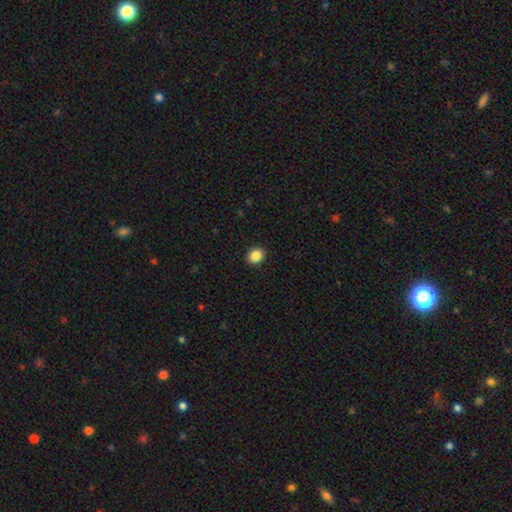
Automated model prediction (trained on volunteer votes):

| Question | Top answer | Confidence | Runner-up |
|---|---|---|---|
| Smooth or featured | smooth | 87% | star or artifact (9%) |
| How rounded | round | 65% | in between (34%) |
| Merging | none | 92% | minor disturbance (5%) |